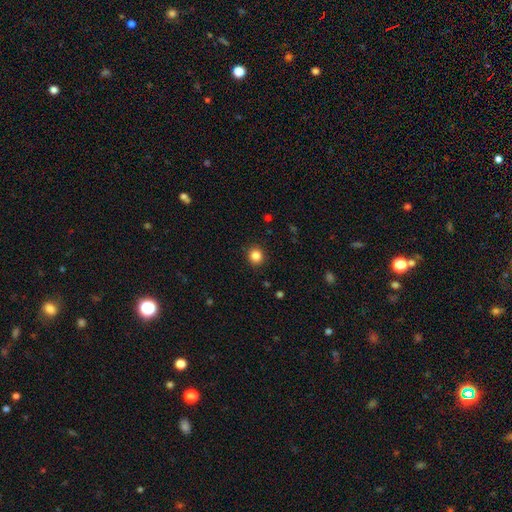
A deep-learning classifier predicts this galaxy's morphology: The model was most divided on "smooth or featured": smooth: 85%, star or artifact: 11%, featured or disk: 4%. More confident: merging — none (91%); how rounded — round (89%).